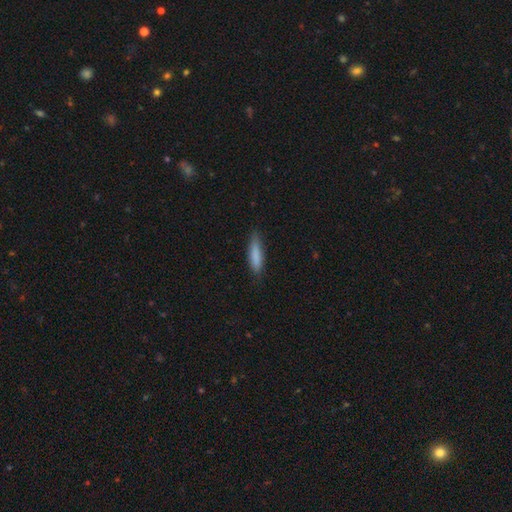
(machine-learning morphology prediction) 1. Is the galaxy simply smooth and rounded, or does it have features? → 83% smooth, 11% featured or disk, 6% star or artifact.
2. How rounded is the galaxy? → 75% cigar-shaped, 24% in between, 1% round.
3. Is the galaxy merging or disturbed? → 81% none, 15% minor disturbance, 3% major disturbance, 1% merger.